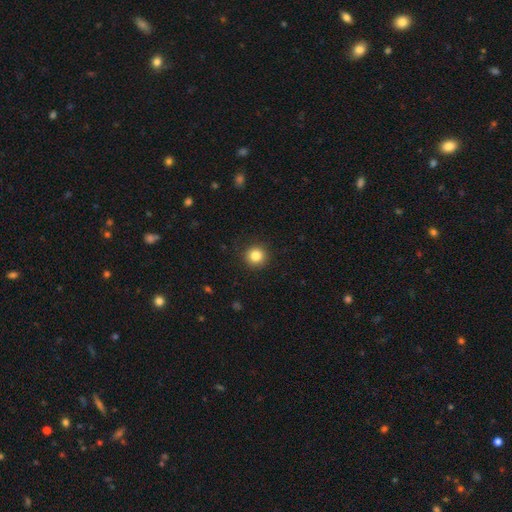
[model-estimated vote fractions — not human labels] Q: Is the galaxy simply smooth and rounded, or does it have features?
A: smooth — 84%.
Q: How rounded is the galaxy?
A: round — 94%.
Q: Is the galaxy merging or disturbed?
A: none — 92%.